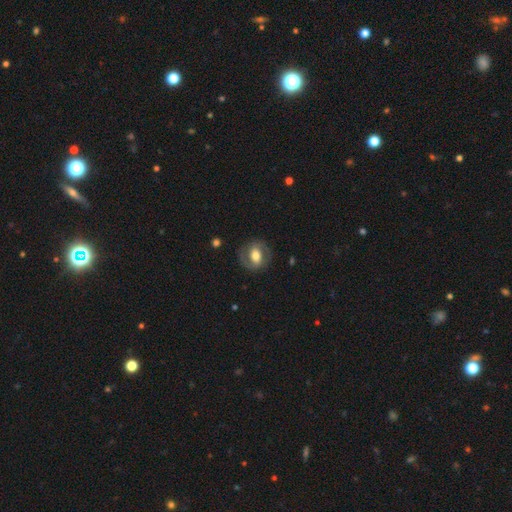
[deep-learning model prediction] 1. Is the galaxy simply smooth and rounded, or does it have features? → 59% featured or disk, 35% smooth, 6% star or artifact.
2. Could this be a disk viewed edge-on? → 95% no, 5% yes.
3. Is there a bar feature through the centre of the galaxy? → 37% weak, 33% strong, 30% no.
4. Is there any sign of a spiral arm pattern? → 69% yes, 31% no.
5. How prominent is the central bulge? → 61% moderate, 25% large, 10% small, 2% dominant, 1% none.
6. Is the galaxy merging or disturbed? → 80% none, 12% minor disturbance, 6% major disturbance, 1% merger.